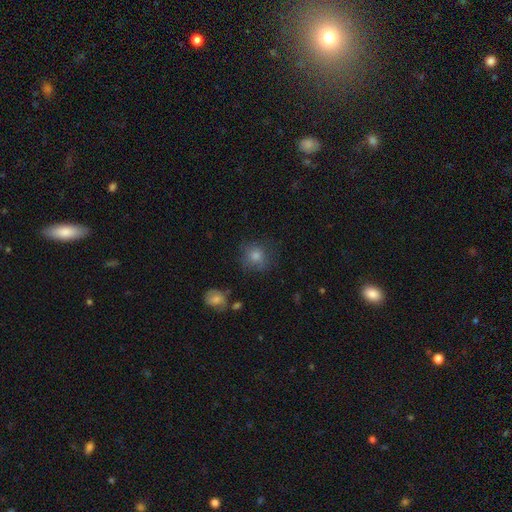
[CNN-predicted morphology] The model was most divided on "smooth or featured": smooth: 71%, star or artifact: 17%, featured or disk: 12%. More confident: how rounded — round (86%); merging — none (78%).